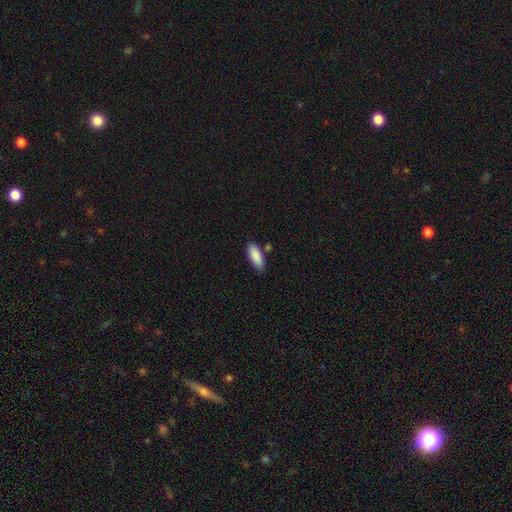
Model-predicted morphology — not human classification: Smooth or featured?
  - smooth: 88% *
  - featured or disk: 6%
  - star or artifact: 6%
How rounded?
  - in between: 74% *
  - cigar-shaped: 24%
  - round: 2%
Merging?
  - none: 81% *
  - minor disturbance: 12%
  - merger: 5%
  - major disturbance: 2%